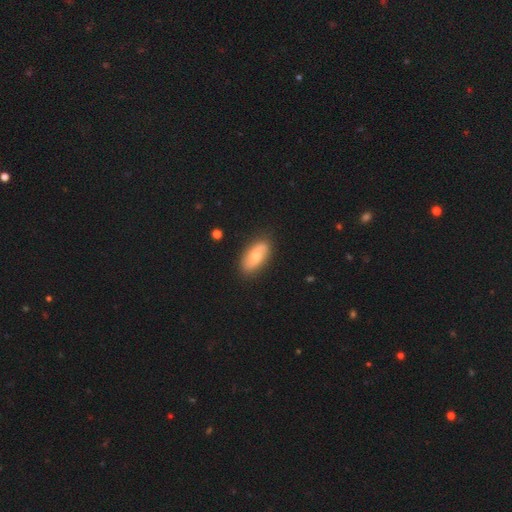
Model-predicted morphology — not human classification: This is possibly a featured or disk galaxy (49%). Merging: clearly none (82%).